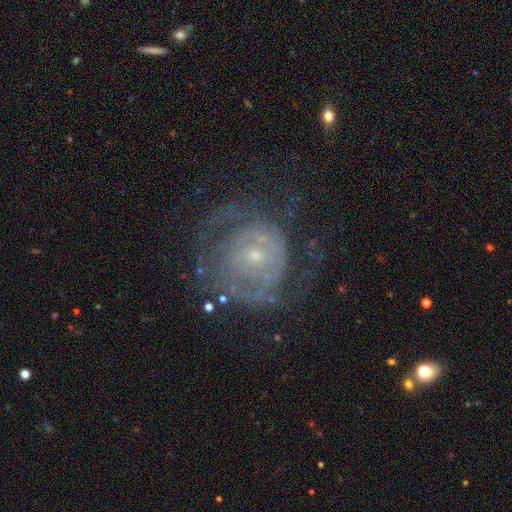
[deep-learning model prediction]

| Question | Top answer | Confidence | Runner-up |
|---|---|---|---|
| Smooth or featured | featured or disk | 73% | smooth (18%) |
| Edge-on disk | no | 97% | yes (3%) |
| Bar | no | 79% | weak (18%) |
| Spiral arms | yes | 68% | no (32%) |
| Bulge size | small | 76% | moderate (19%) |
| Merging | none | 55% | major disturbance (24%) |